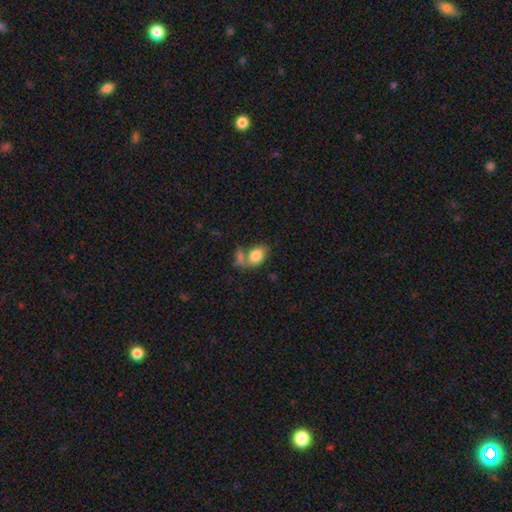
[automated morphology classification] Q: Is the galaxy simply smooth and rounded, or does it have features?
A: smooth — 81%.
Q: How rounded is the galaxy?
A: in between — 82%.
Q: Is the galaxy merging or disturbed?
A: merger — 39%, tied with none.